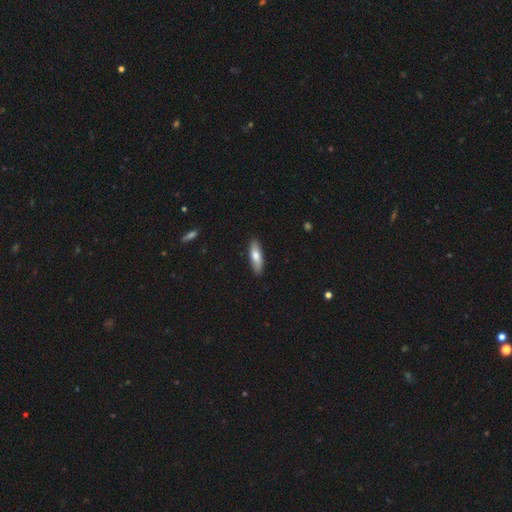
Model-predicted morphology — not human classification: This is likely a smooth galaxy (75%). How rounded: possibly in between (50%). Merging: clearly none (88%).